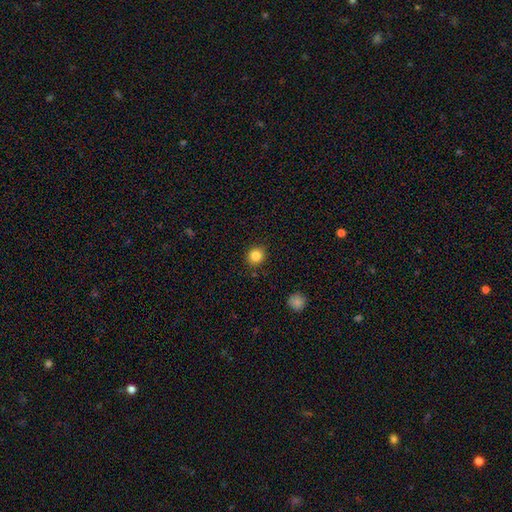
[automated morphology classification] Smooth or featured: smooth — 84% (star or artifact — 11%)
How rounded: round — 87% (in between — 12%)
Merging: none — 89% (minor disturbance — 8%)